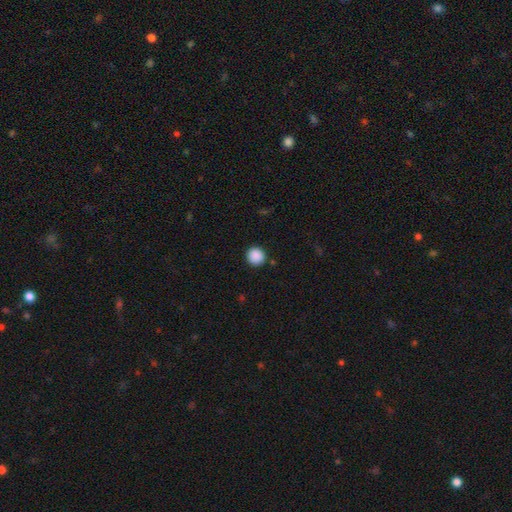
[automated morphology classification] A smooth galaxy with no disk features (89%) that is round (94%). Merging: none (90%).